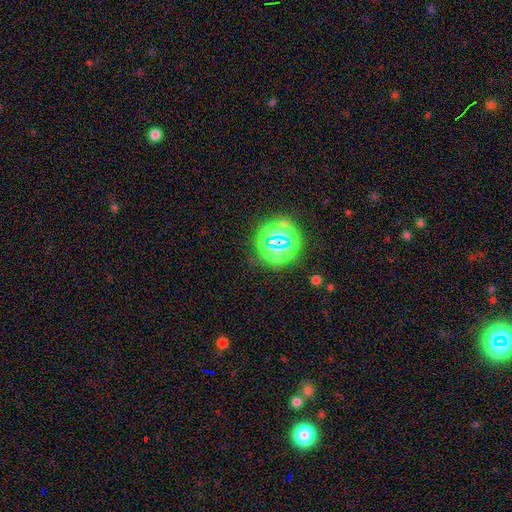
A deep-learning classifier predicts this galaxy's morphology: The model was most divided on "smooth or featured": star or artifact: 70%, smooth: 24%, featured or disk: 6%.